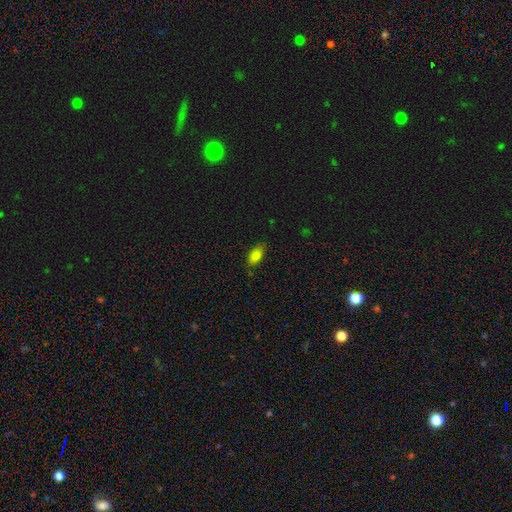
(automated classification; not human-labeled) Smooth or featured? Predicted: smooth (p=0.84). How rounded? Predicted: in between (p=0.89). Merging? Predicted: none (p=0.79).